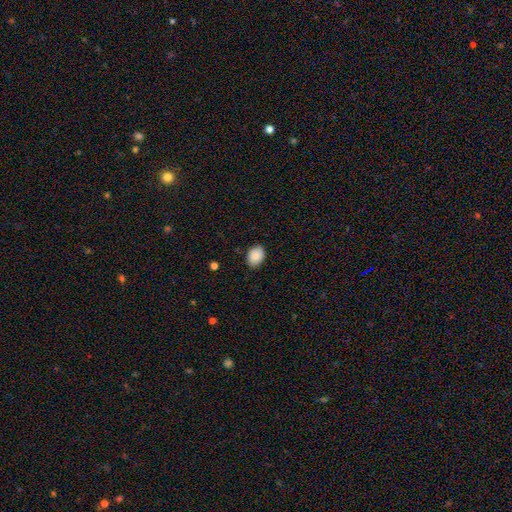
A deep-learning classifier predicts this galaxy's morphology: A smooth galaxy with no disk features (89%) that is in between round and cigar-shaped (68%). Merging: none (84%).